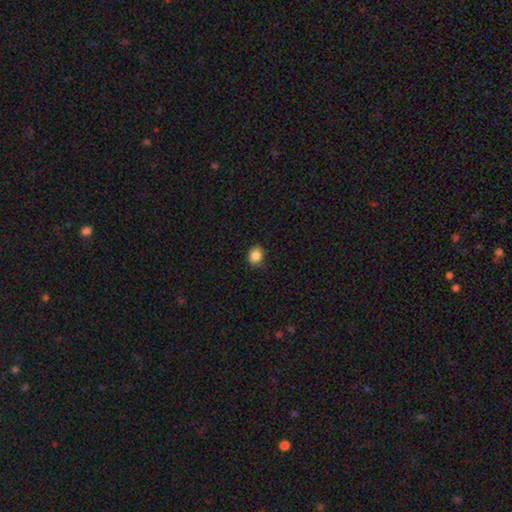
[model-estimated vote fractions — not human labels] This appears to be a smooth galaxy with no disk features (85%) that is round (79%). Merging: none (85%).